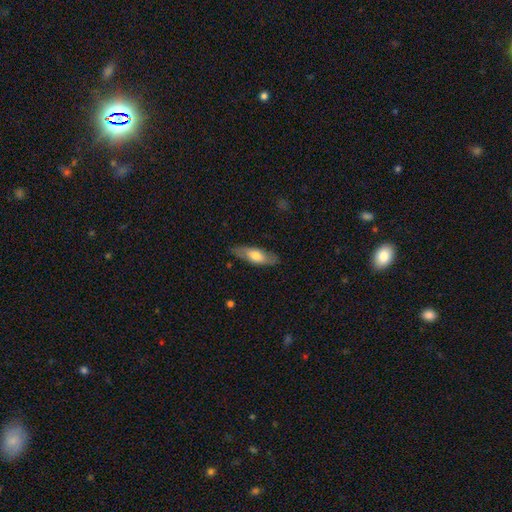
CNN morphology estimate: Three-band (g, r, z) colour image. It shows a smooth galaxy with no disk features (60%) that is in between round and cigar-shaped (61%). Merging: none (83%).